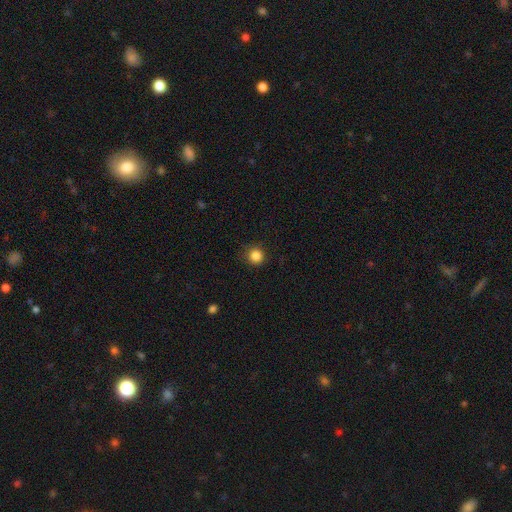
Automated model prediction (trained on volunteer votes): A smooth galaxy with no disk features (85%) that is round (94%).

Vote fractions:
- Smooth or featured? smooth: 85% / star or artifact: 11% / featured or disk: 3%
- How rounded? round: 94% / in between: 5% / cigar-shaped: 1%
- Merging? none: 88% / minor disturbance: 8% / major disturbance: 2% / merger: 1%